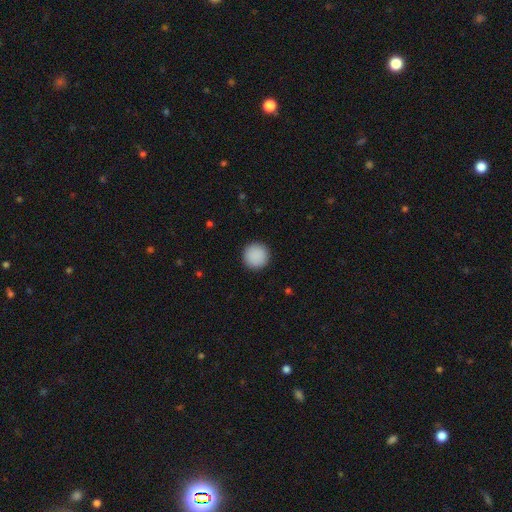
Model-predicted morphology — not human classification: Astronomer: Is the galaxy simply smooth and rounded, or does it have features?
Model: smooth — 90%.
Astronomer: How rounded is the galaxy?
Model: round — 96%.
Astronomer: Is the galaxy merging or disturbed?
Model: none — 93%.